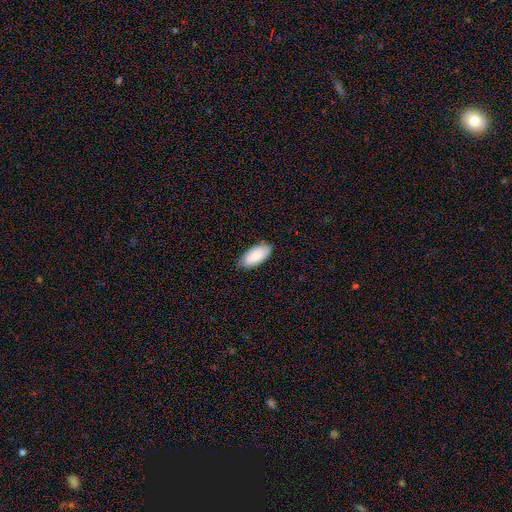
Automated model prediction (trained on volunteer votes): Smooth or featured: smooth — 83% (featured or disk — 11%)
How rounded: in between — 94% (cigar-shaped — 4%)
Merging: none — 83% (minor disturbance — 14%)